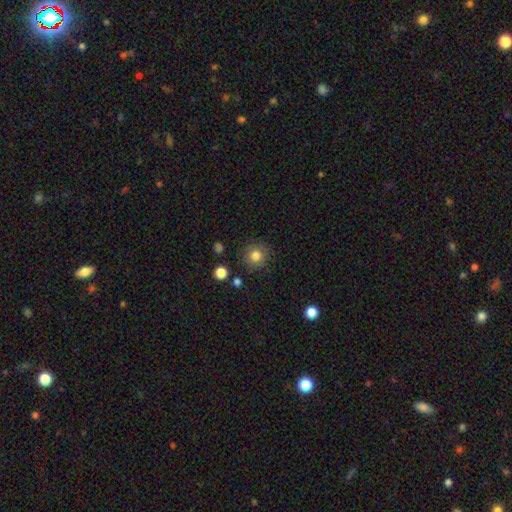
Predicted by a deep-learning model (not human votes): Morphology: type=smooth (81%); roundness=round (93%); merging=none (87%).